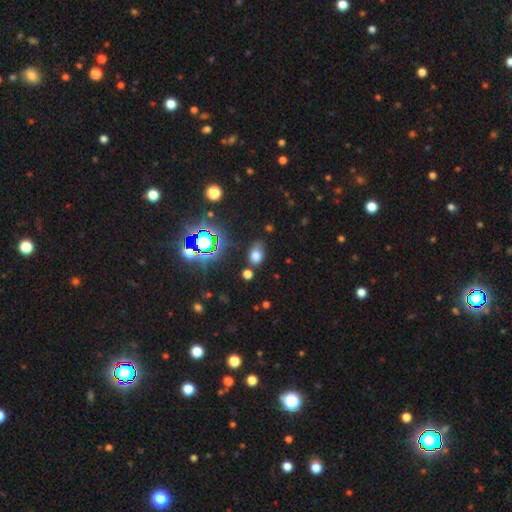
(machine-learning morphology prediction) Smooth or featured? smooth (68%)
How rounded? in between (75%)
Merging? none (65%)